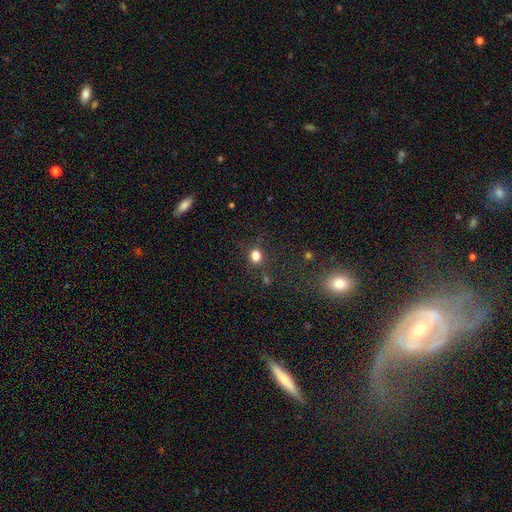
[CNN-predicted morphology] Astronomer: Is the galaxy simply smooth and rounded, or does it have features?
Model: smooth — 79%.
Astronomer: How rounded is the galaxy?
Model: round — 75%.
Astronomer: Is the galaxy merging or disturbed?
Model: none — 79%.